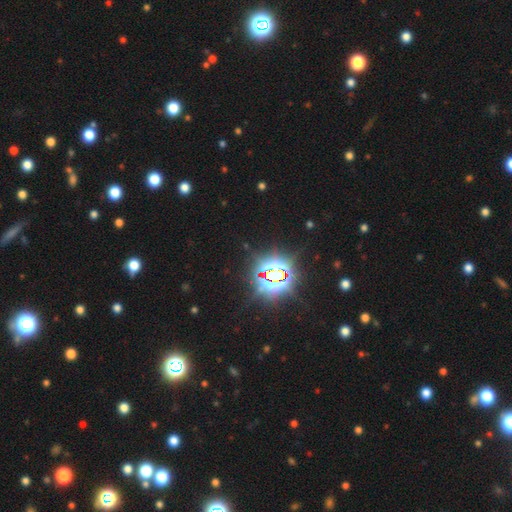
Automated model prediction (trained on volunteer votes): Smooth or featured?
  - star or artifact: 81% *
  - smooth: 11%
  - featured or disk: 9%